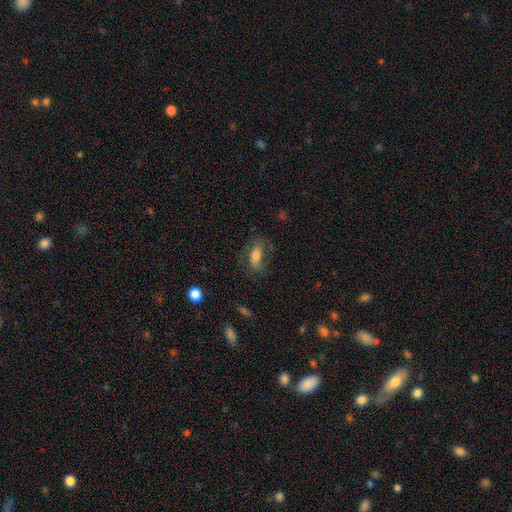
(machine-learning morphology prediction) A smooth galaxy with no disk features (57%) that is in between round and cigar-shaped (82%).

Vote fractions:
- Smooth or featured? smooth: 57% / featured or disk: 35% / star or artifact: 9%
- How rounded? in between: 82% / cigar-shaped: 11% / round: 7%
- Merging? none: 65% / minor disturbance: 19% / major disturbance: 14% / merger: 2%